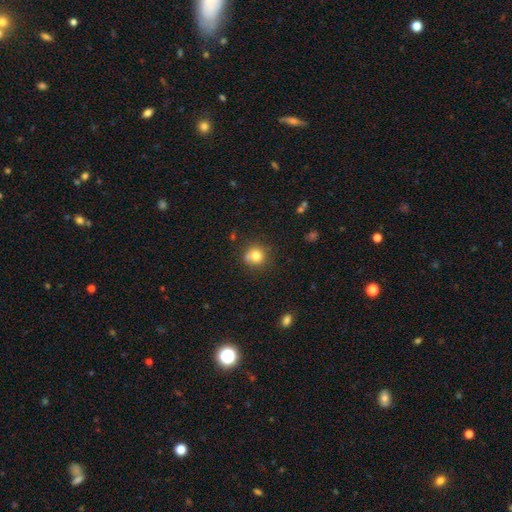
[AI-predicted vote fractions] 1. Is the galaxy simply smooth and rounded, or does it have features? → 79% smooth, 12% star or artifact, 9% featured or disk.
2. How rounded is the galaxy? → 90% round, 9% in between, 1% cigar-shaped.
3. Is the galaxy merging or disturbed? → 72% none, 16% minor disturbance, 7% merger, 5% major disturbance.